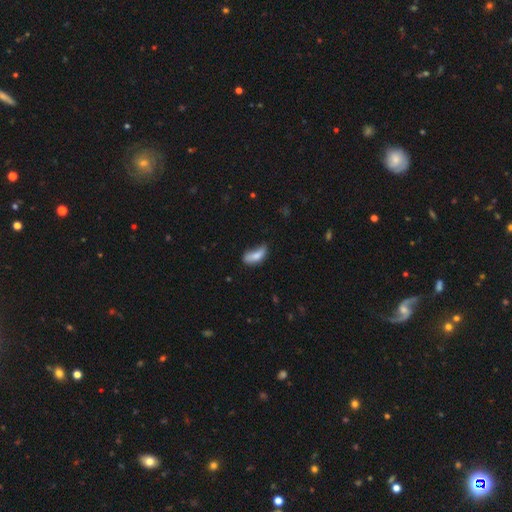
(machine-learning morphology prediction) Overall: smooth (73%). How rounded: in between (79%). Merging: minor disturbance (36%; none 32%).